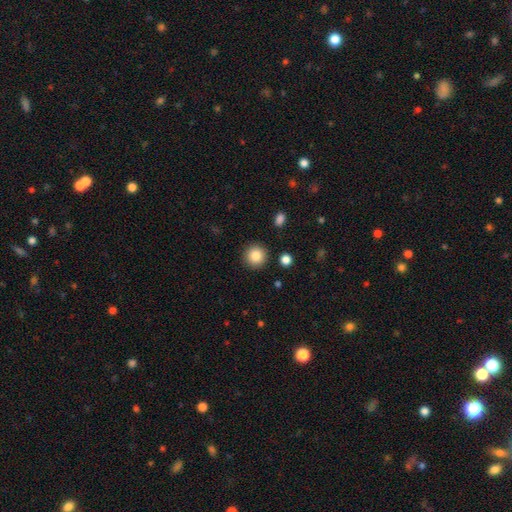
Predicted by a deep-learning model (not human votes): A smooth galaxy with no disk features (85%) that is round (94%).

Vote fractions:
- Smooth or featured? smooth: 85% / star or artifact: 9% / featured or disk: 5%
- How rounded? round: 94% / in between: 5% / cigar-shaped: 1%
- Merging? none: 91% / minor disturbance: 5% / major disturbance: 2% / merger: 2%